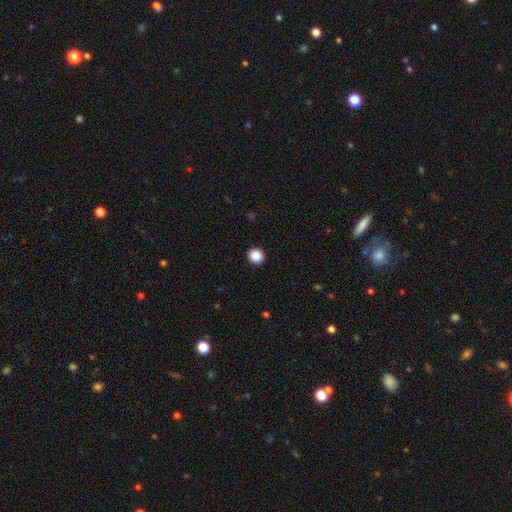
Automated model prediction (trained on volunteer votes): Smooth or featured: smooth — 87% (star or artifact — 10%)
How rounded: round — 87% (in between — 12%)
Merging: none — 93% (minor disturbance — 4%)